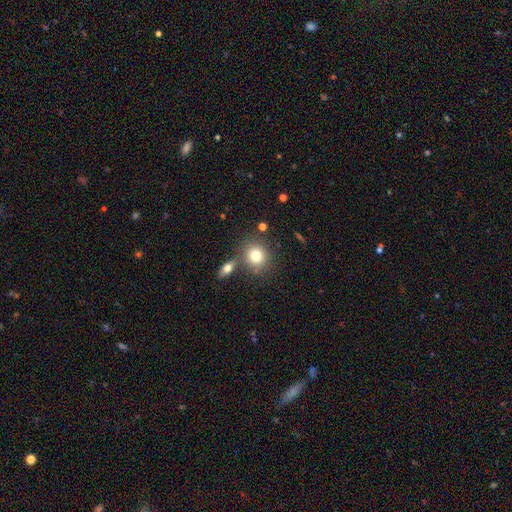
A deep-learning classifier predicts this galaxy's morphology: smooth_or_featured: smooth (p=0.78) [alt: featured or disk p=0.11]
how_rounded: round (p=0.80) [alt: in between p=0.18]
merging: none (p=0.72) [alt: merger p=0.15]